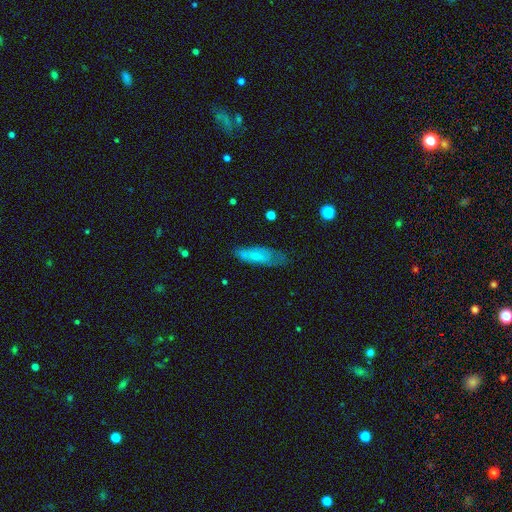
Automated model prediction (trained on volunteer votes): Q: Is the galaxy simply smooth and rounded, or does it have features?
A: smooth — 65%.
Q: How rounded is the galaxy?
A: in between — 56%.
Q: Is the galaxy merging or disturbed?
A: none — 55%.